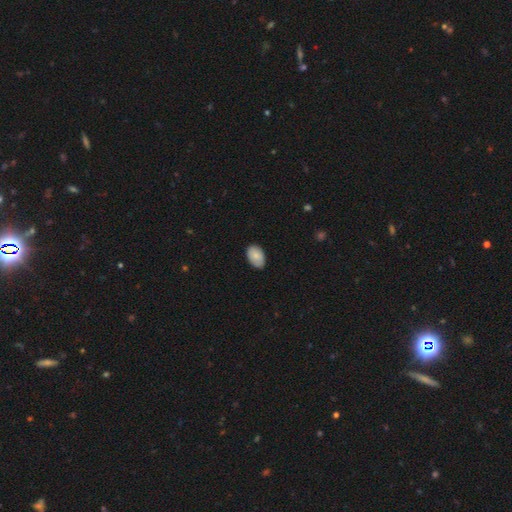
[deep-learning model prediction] smooth 83%, featured or disk 10%, star or artifact 7%. Down the decision tree: how rounded — in between (90%); merging — none (81%).